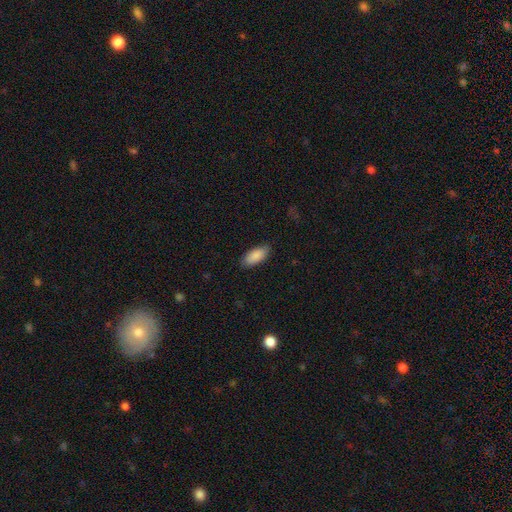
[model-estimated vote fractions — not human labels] Smooth or featured?
  - smooth: 89% *
  - star or artifact: 6%
  - featured or disk: 5%
How rounded?
  - in between: 88% *
  - cigar-shaped: 11%
  - round: 2%
Merging?
  - none: 84% *
  - minor disturbance: 13%
  - major disturbance: 2%
  - merger: 1%